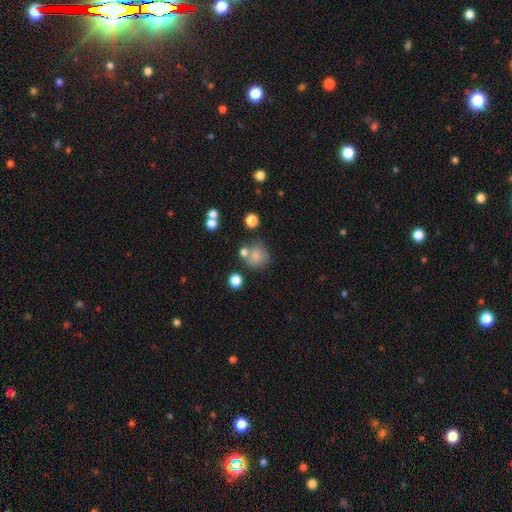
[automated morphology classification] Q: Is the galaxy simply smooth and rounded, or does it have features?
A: smooth — 76%.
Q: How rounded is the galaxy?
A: round — 83%.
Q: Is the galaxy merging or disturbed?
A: none — 60%.